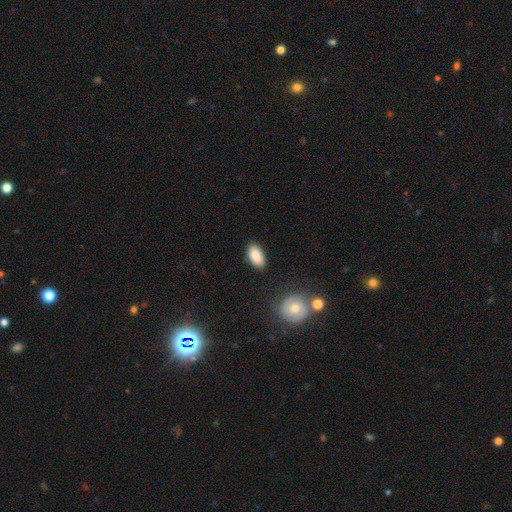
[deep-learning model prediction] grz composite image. It shows a smooth galaxy with no disk features (88%) that is in between round and cigar-shaped (94%). Merging: none (86%).